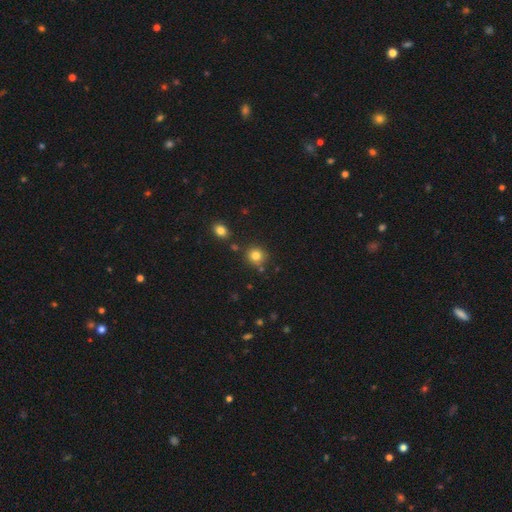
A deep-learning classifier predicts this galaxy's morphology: This appears to be a smooth galaxy with no disk features (82%) that is round (88%). Merging: none (81%).